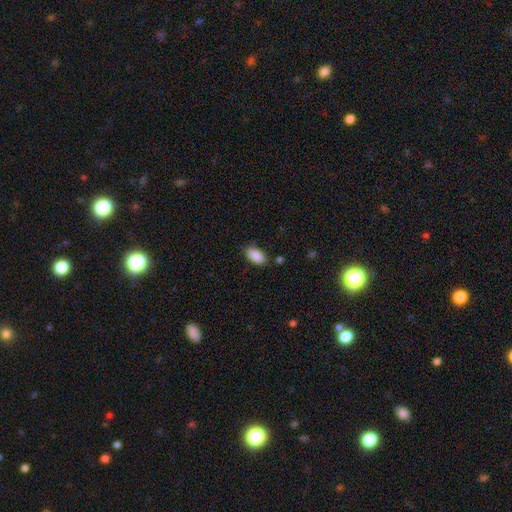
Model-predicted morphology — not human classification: Smooth or featured?
  - smooth: 89% *
  - star or artifact: 7%
  - featured or disk: 5%
How rounded?
  - in between: 93% *
  - cigar-shaped: 4%
  - round: 4%
Merging?
  - none: 79% *
  - minor disturbance: 15%
  - major disturbance: 3%
  - merger: 2%